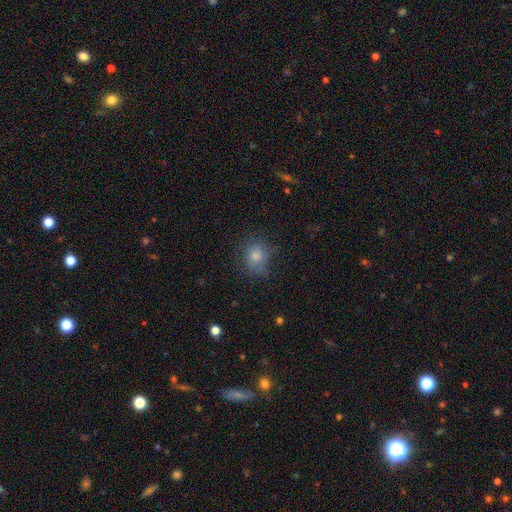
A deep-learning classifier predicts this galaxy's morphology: smooth 74%, star or artifact 15%, featured or disk 11%. Down the decision tree: how rounded — round (74%); merging — none (73%).